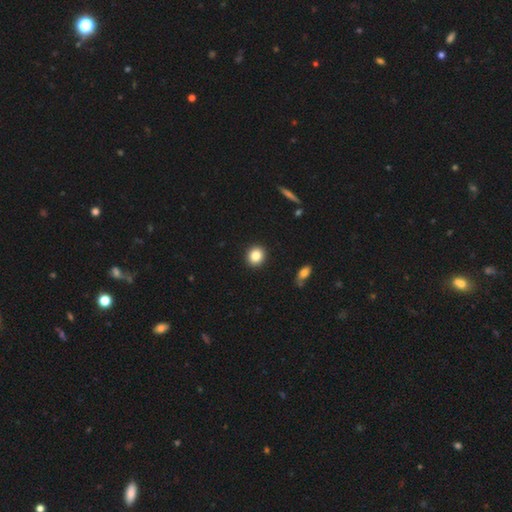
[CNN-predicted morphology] Overall: smooth (85%). How rounded: round (85%). Merging: none (92%).